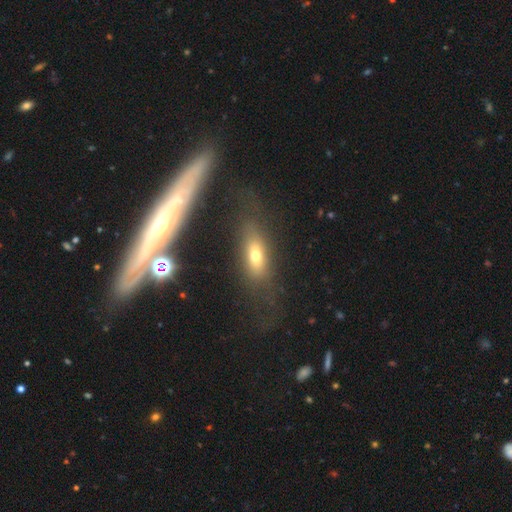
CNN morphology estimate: type=smooth (62%); roundness=in between (72%); merging=none (63%).